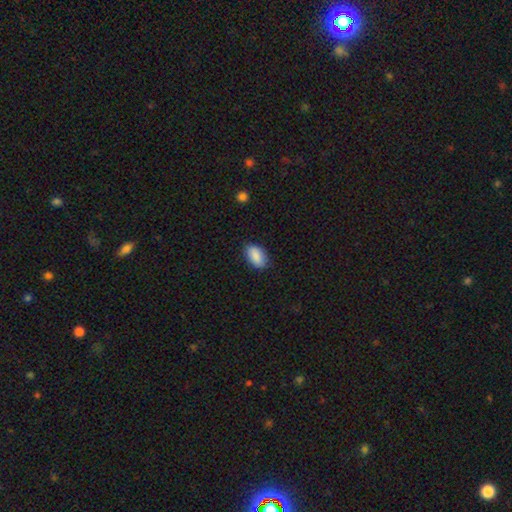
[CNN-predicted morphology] smooth_or_featured: smooth (p=0.88) [alt: star or artifact p=0.07]
how_rounded: in between (p=0.93) [alt: round p=0.04]
merging: none (p=0.83) [alt: minor disturbance p=0.13]